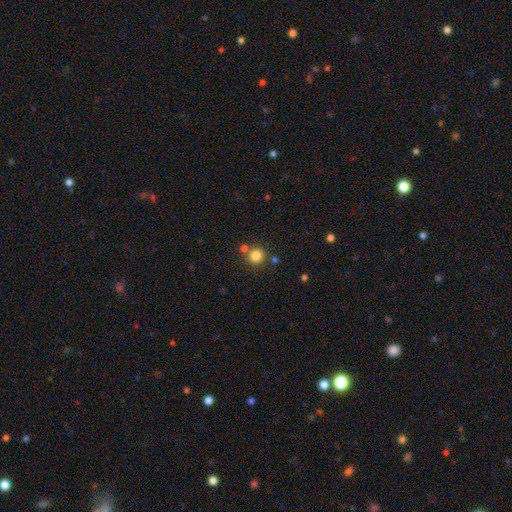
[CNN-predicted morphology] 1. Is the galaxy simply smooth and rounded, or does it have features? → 83% smooth, 12% star or artifact, 5% featured or disk.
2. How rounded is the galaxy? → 93% round, 6% in between, 1% cigar-shaped.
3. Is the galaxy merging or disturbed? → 77% none, 13% merger, 8% minor disturbance, 3% major disturbance.